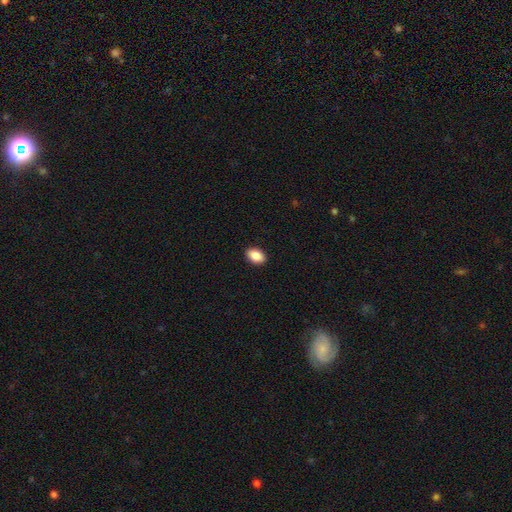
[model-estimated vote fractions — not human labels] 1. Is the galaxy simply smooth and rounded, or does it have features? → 88% smooth, 7% star or artifact, 4% featured or disk.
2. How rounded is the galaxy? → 89% in between, 10% round, 1% cigar-shaped.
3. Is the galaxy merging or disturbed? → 91% none, 6% minor disturbance, 2% major disturbance, 1% merger.